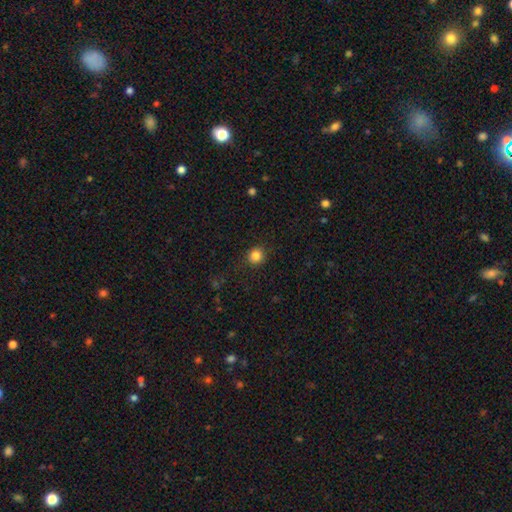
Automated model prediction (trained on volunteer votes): This appears to be a smooth galaxy with no disk features (84%) that is round (89%). Merging: none (88%).